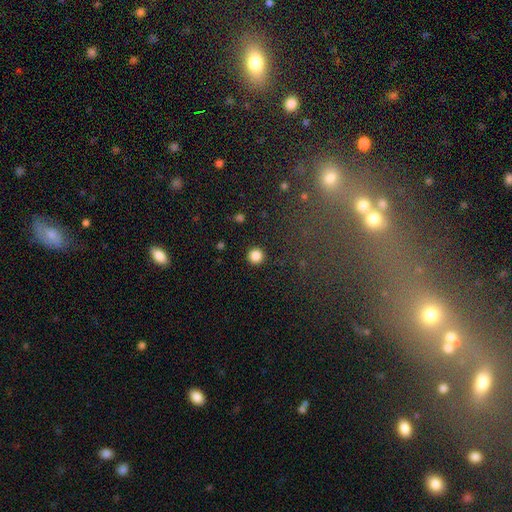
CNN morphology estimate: A smooth galaxy with no disk features (85%) that is round (96%).

Vote fractions:
- Smooth or featured? smooth: 85% / star or artifact: 11% / featured or disk: 4%
- How rounded? round: 96% / in between: 3% / cigar-shaped: 1%
- Merging? none: 93% / minor disturbance: 4% / major disturbance: 2% / merger: 1%